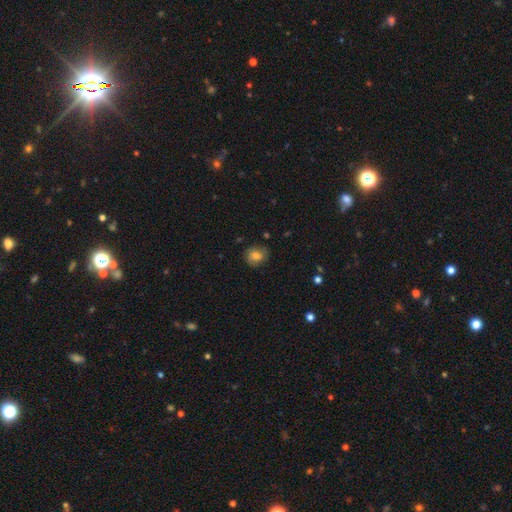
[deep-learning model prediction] A smooth galaxy with no disk features (71%) that is round (70%). Merging: none (76%).